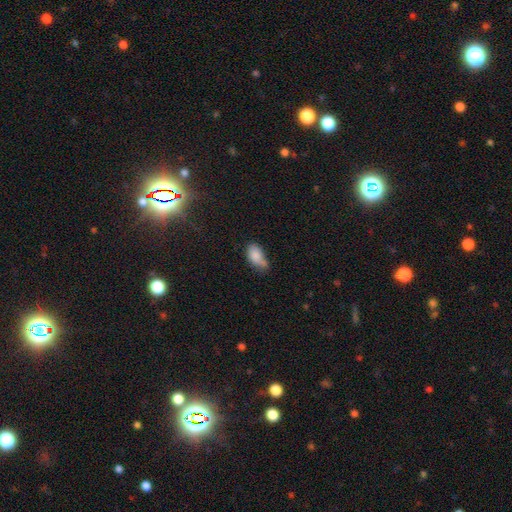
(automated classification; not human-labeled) Overall: smooth (83%). How rounded: in between (90%). Merging: minor disturbance (40%; none 38%).